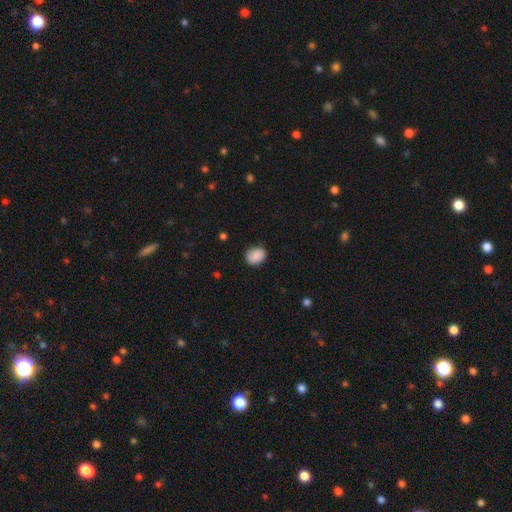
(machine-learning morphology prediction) smooth 90%, star or artifact 7%, featured or disk 3%. Down the decision tree: how rounded — in between (64%); merging — none (85%).